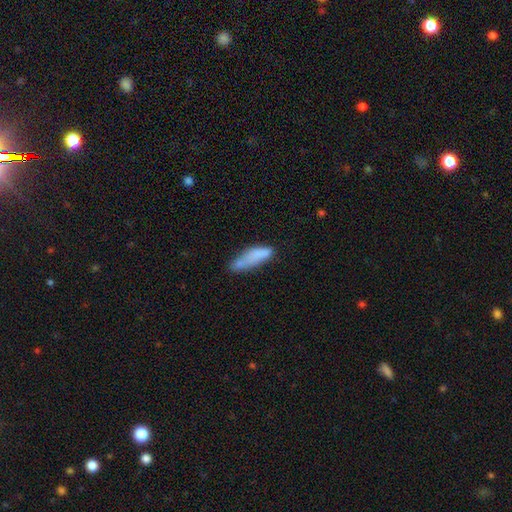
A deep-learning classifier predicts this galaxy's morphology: Smooth or featured: smooth — 72% (featured or disk — 20%)
How rounded: cigar-shaped — 53% (in between — 44%)
Merging: none — 39% (minor disturbance — 27%)